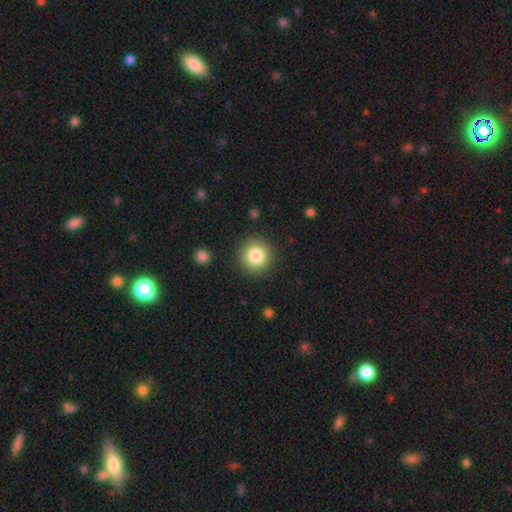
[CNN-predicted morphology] Smooth or featured? smooth (82%)
How rounded? round (94%)
Merging? none (89%)